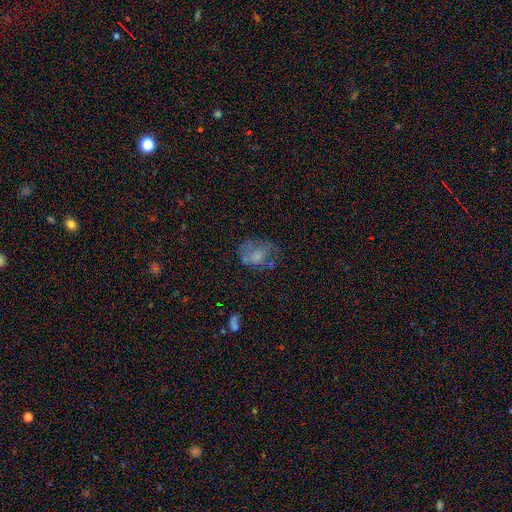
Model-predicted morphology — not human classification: Smooth or featured? smooth (53%)
How rounded? in between (61%)
Merging? none (38%)